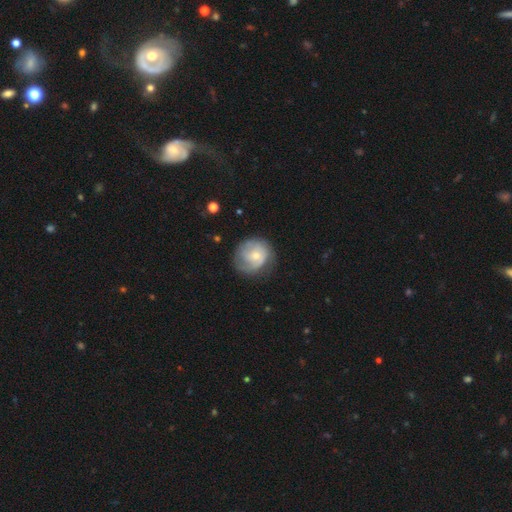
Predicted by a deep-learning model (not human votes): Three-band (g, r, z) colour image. It shows a featured or disk galaxy (55%) with no bar (71%), spiral arms (80%) and a small central bulge (53%). Merging: none (65%).